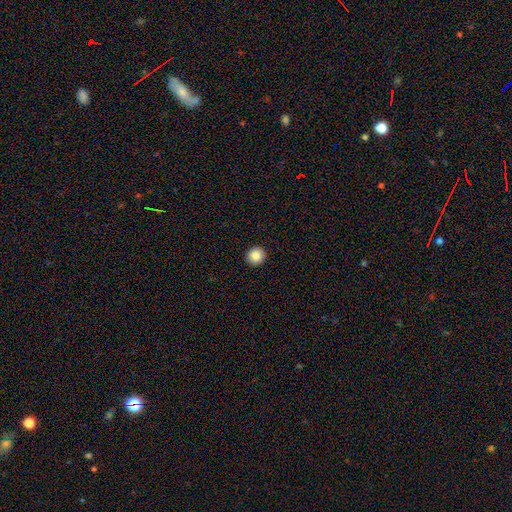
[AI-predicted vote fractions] This appears to be a smooth galaxy with no disk features (86%) that is round (93%). Merging: none (93%).